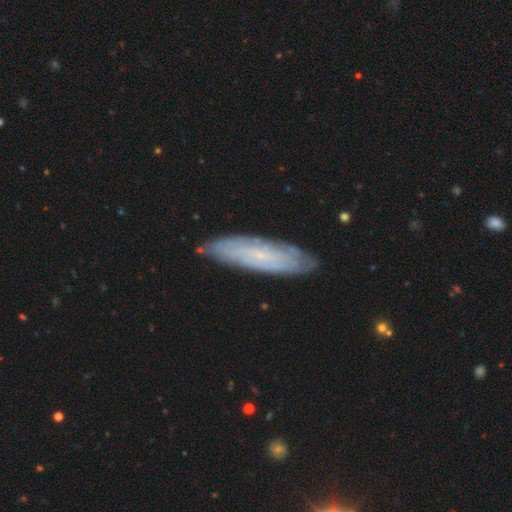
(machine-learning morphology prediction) This is likely a featured or disk galaxy (64%). It is likely not viewed edge-on (70%). Merging: clearly none (84%).